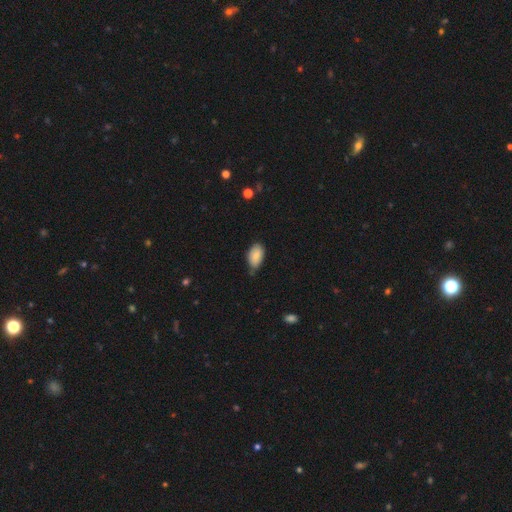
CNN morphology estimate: A smooth galaxy with no disk features (82%) that is in between round and cigar-shaped (93%). Merging: none (53%).